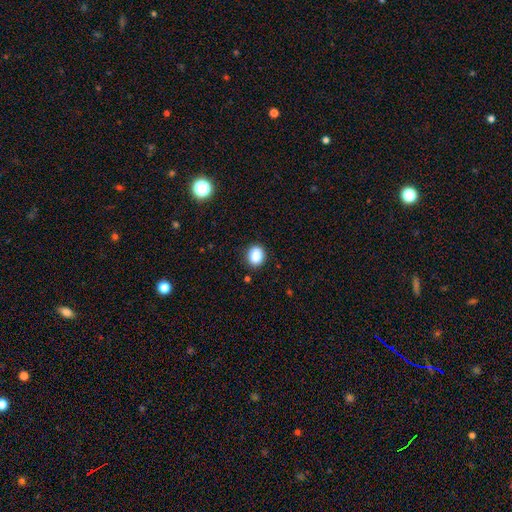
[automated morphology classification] Smooth or featured? Predicted: smooth (p=0.86). How rounded? Predicted: round (p=0.56). Merging? Predicted: none (p=0.85).